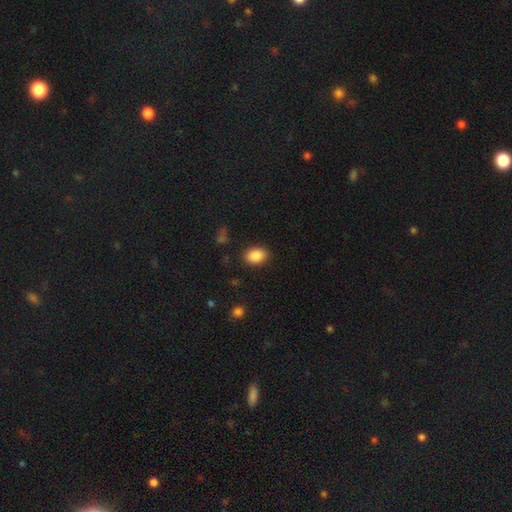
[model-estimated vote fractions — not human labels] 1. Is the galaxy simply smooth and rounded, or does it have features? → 88% smooth, 8% star or artifact, 4% featured or disk.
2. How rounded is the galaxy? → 69% in between, 30% round, 1% cigar-shaped.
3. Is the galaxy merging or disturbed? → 86% none, 10% minor disturbance, 3% major disturbance, 1% merger.